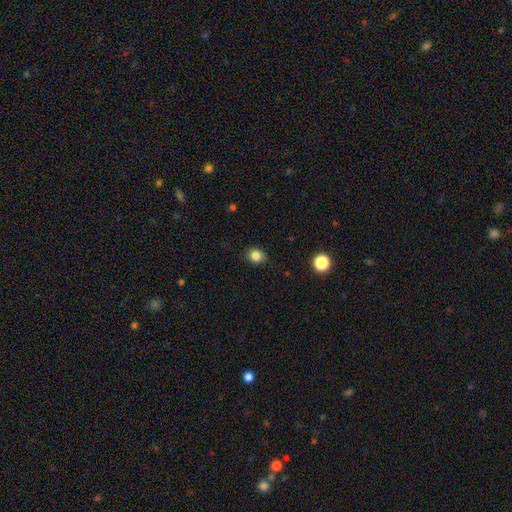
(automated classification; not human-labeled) This is clearly a smooth galaxy (84%). How rounded: likely round (71%). Merging: clearly none (88%).